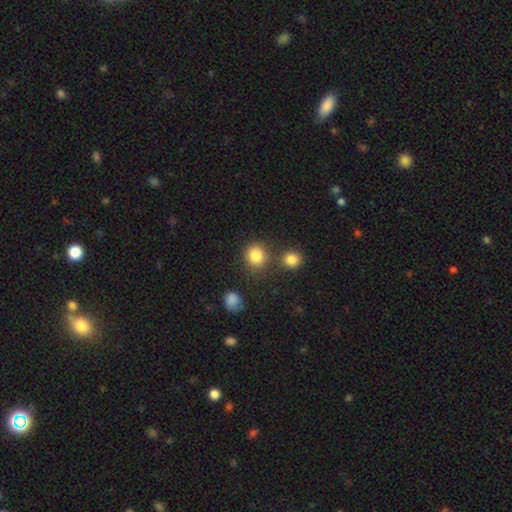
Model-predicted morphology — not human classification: smooth-or-featured: smooth: 84% | star or artifact: 11% | featured or disk: 5%
  how-rounded: round: 86% | in between: 13% | cigar-shaped: 1%
  merging: none: 73% | merger: 13% | minor disturbance: 10% | major disturbance: 4%